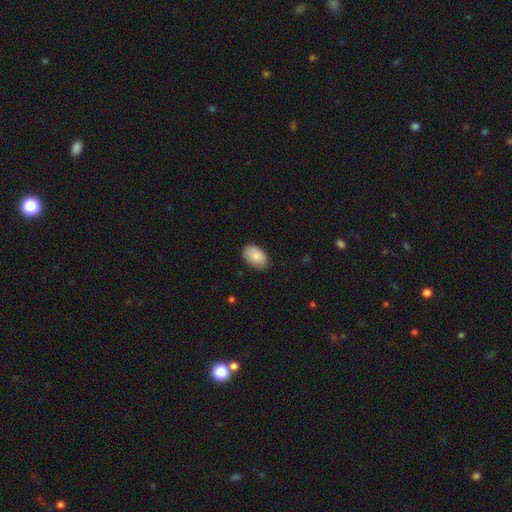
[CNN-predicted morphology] Smooth or featured?
  - smooth: 87% *
  - featured or disk: 7%
  - star or artifact: 6%
How rounded?
  - in between: 91% *
  - round: 7%
  - cigar-shaped: 1%
Merging?
  - none: 80% *
  - minor disturbance: 16%
  - major disturbance: 3%
  - merger: 1%